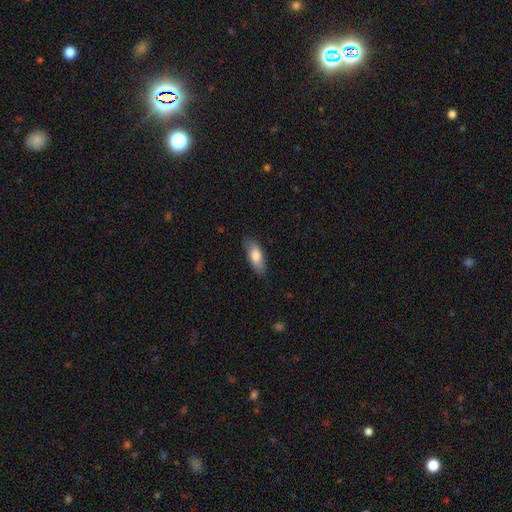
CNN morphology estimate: smooth 73%, featured or disk 21%, star or artifact 6%. Down the decision tree: how rounded — in between (79%); merging — none (80%).